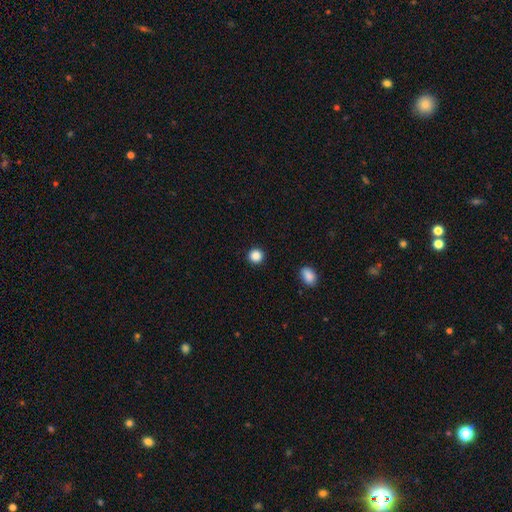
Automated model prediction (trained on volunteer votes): smooth 87%, star or artifact 10%, featured or disk 3%. Down the decision tree: how rounded — round (94%); merging — none (92%).